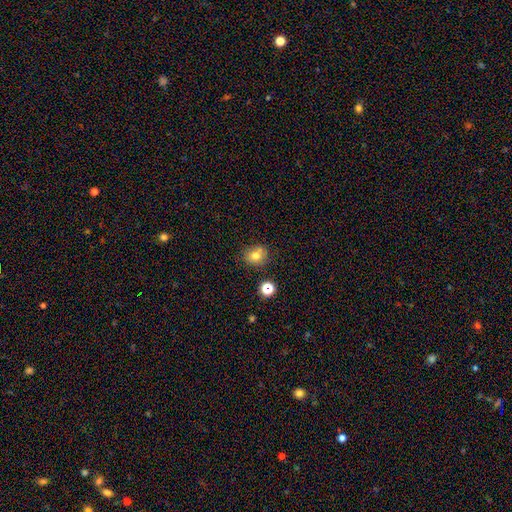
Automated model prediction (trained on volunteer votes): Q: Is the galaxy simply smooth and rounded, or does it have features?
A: smooth — 72%.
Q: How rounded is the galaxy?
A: round — 72%.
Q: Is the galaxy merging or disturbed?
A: none — 69%.